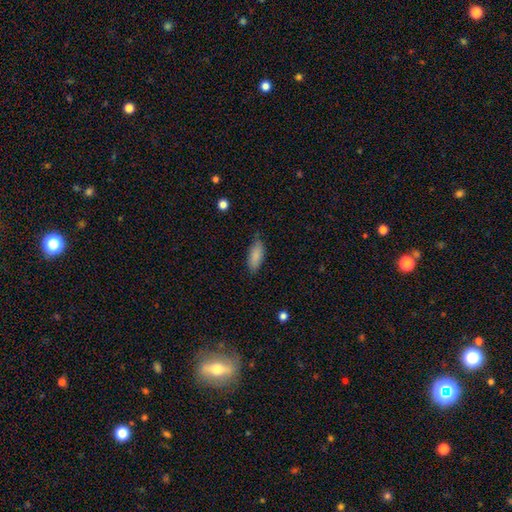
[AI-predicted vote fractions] Q: Smooth or featured?
A: smooth (87%); runner-up: star or artifact (7%)
Q: How rounded?
A: in between (79%); runner-up: cigar-shaped (19%)
Q: Merging?
A: none (77%); runner-up: minor disturbance (18%)